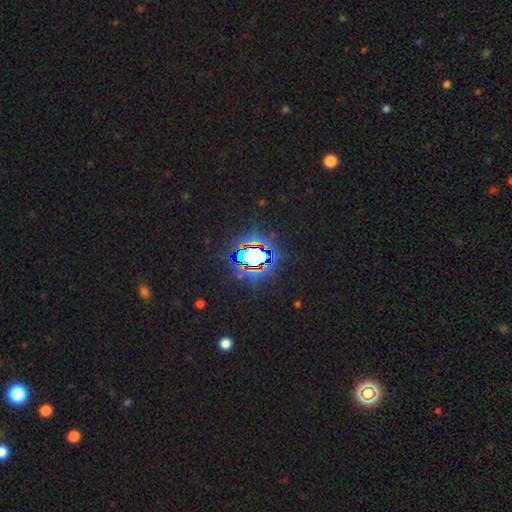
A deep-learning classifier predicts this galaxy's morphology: type=star or artifact (73%).